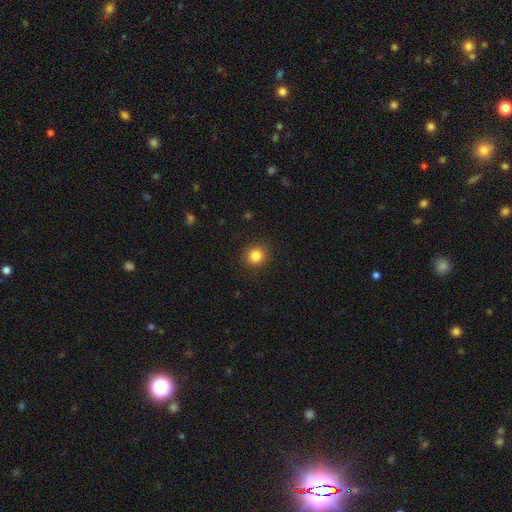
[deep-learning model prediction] smooth 84%, star or artifact 12%, featured or disk 5%. Down the decision tree: how rounded — round (90%); merging — none (91%).